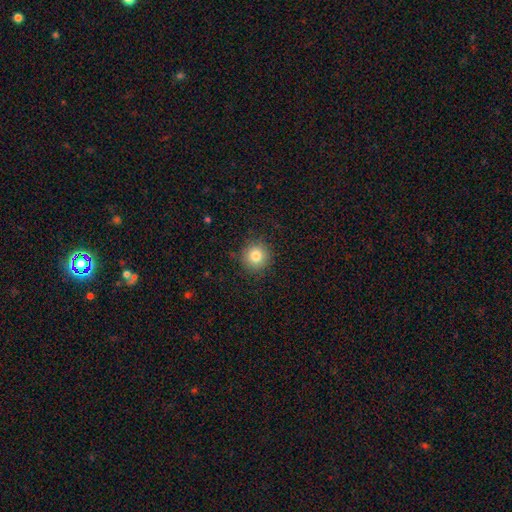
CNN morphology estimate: smooth-or-featured: smooth: 81% | star or artifact: 11% | featured or disk: 8%
  how-rounded: round: 93% | in between: 6% | cigar-shaped: 1%
  merging: none: 88% | minor disturbance: 8% | major disturbance: 3% | merger: 1%